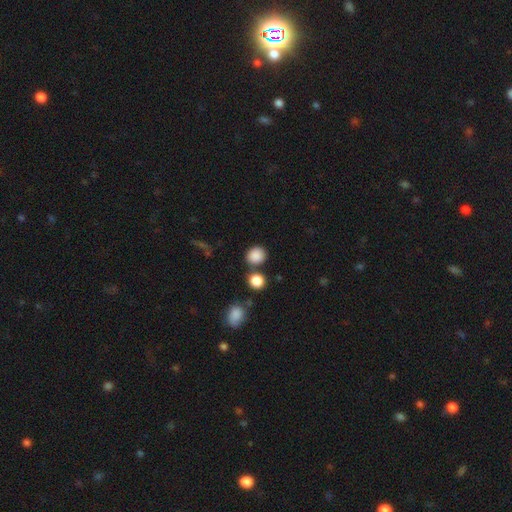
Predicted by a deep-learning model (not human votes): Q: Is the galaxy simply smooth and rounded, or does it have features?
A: smooth — 86%.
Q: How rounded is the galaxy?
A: round — 74%.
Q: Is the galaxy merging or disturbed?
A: none — 76%.